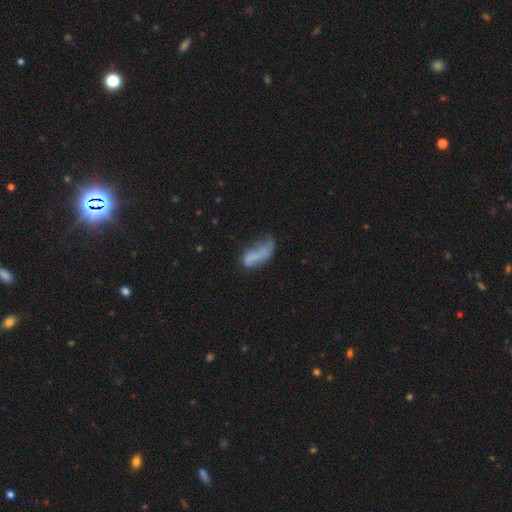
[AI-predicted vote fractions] Smooth or featured?
  - smooth: 58% *
  - featured or disk: 31%
  - star or artifact: 11%
How rounded?
  - in between: 74% *
  - cigar-shaped: 23%
  - round: 3%
Merging?
  - major disturbance: 34% *
  - minor disturbance: 30%
  - none: 27%
  - merger: 9%